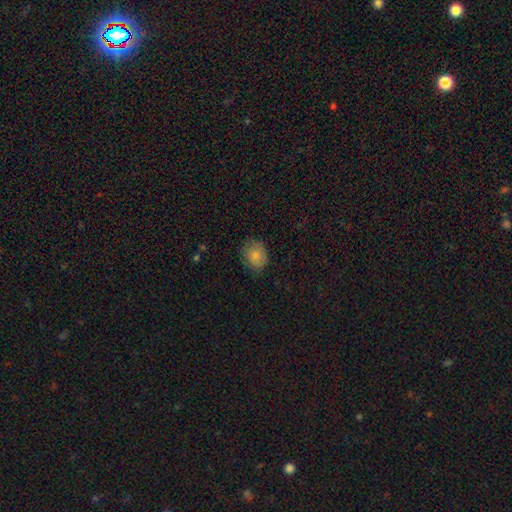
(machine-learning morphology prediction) smooth-or-featured: smooth: 78% | featured or disk: 13% | star or artifact: 9%
  how-rounded: round: 55% | in between: 44% | cigar-shaped: 1%
  merging: none: 74% | minor disturbance: 21% | major disturbance: 5% | merger: 1%